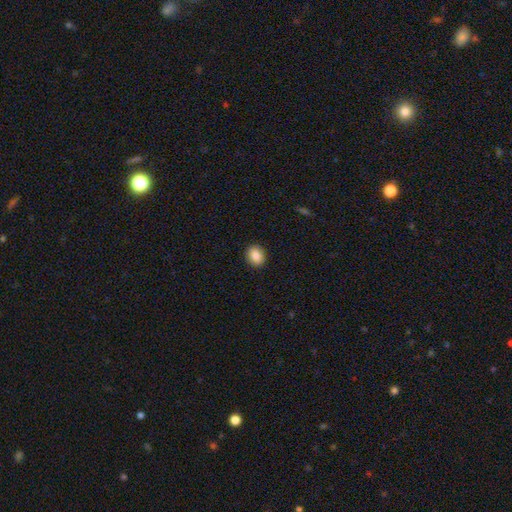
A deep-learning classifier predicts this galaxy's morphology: Smooth or featured? Predicted: smooth (p=0.88). How rounded? Predicted: in between (p=0.53). Merging? Predicted: none (p=0.91).